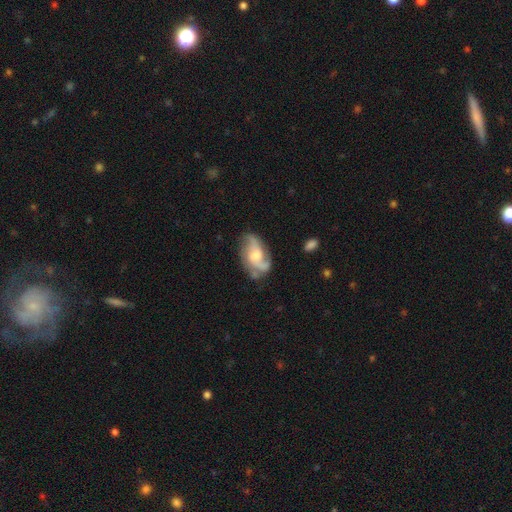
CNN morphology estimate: featured or disk 78%, smooth 16%, star or artifact 6%. Down the decision tree: edge-on disk — no (97%); bar — no (54%); spiral arms — yes (93%); spiral arm count — 2 (65%); spiral winding — medium (43%); bulge size — moderate (50%); merging — none (58%).